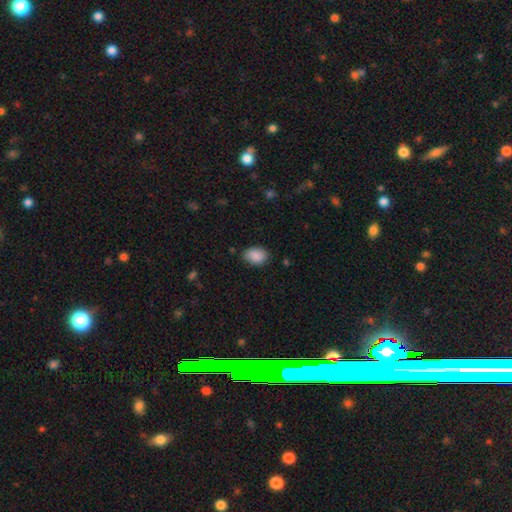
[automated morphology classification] Smooth or featured: smooth — 89% (star or artifact — 7%)
How rounded: in between — 80% (round — 18%)
Merging: none — 80% (minor disturbance — 16%)